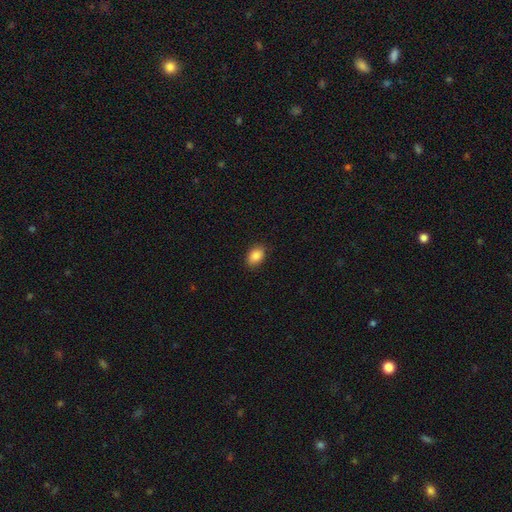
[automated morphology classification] This appears to be a smooth galaxy with no disk features (87%) that is in between round and cigar-shaped (84%). Merging: none (87%).